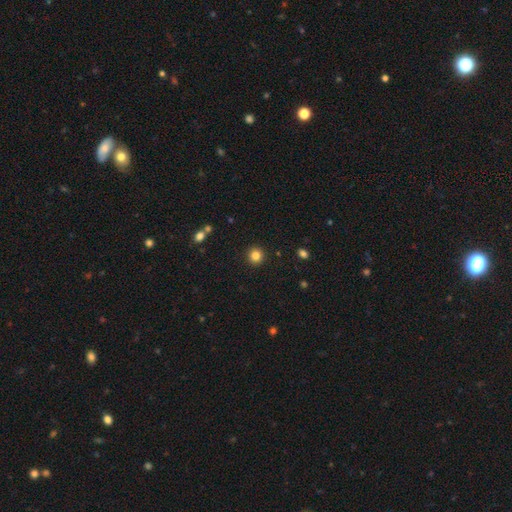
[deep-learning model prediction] A smooth galaxy with no disk features (83%) that is round (94%).

Vote fractions:
- Smooth or featured? smooth: 83% / star or artifact: 12% / featured or disk: 5%
- How rounded? round: 94% / in between: 5% / cigar-shaped: 1%
- Merging? none: 92% / minor disturbance: 5% / major disturbance: 2% / merger: 1%